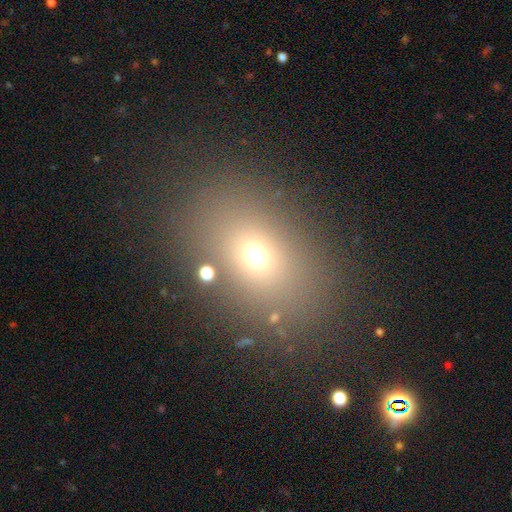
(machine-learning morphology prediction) smooth_or_featured: smooth (p=0.67) [alt: star or artifact p=0.21]
how_rounded: in between (p=0.65) [alt: round p=0.34]
merging: none (p=0.81) [alt: minor disturbance p=0.10]